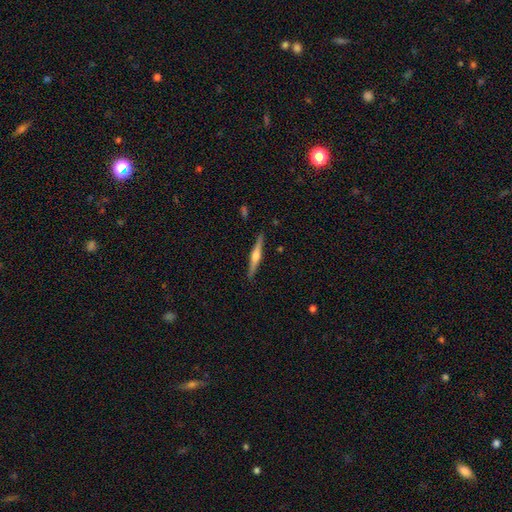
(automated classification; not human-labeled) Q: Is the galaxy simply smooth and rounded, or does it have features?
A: featured or disk — 71%.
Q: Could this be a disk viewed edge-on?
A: yes — 98%.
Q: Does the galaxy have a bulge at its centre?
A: rounded — 91%.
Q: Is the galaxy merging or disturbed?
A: none — 90%.